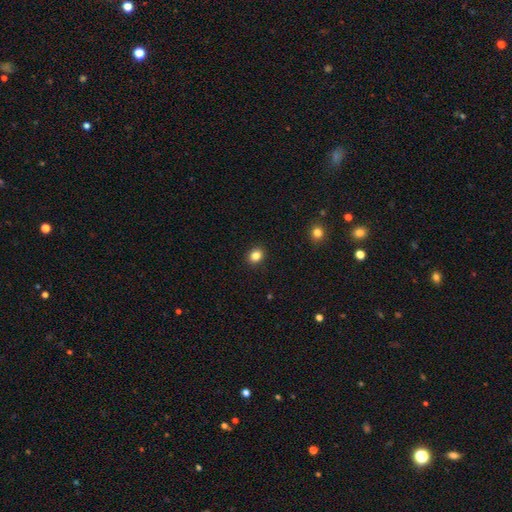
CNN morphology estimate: A smooth galaxy with no disk features (84%) that is round (65%).

Vote fractions:
- Smooth or featured? smooth: 84% / star or artifact: 11% / featured or disk: 5%
- How rounded? round: 65% / in between: 34% / cigar-shaped: 1%
- Merging? none: 92% / minor disturbance: 6% / major disturbance: 2% / merger: 1%